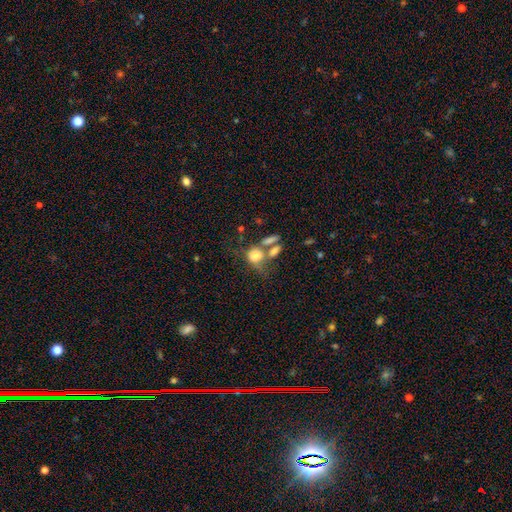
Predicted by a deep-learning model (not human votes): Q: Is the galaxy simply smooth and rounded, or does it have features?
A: smooth — 73%.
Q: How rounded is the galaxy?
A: round — 51%.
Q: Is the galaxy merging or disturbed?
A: merger — 42%.